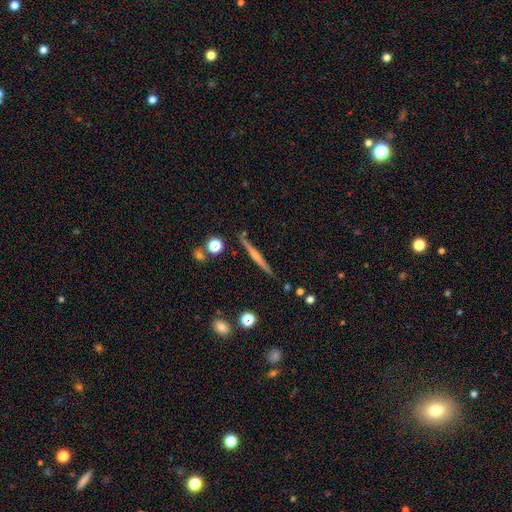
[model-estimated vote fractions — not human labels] Smooth or featured? featured or disk (63%)
Edge-on disk? yes (98%)
Edge-on bulge? rounded (54%)
Merging? none (88%)